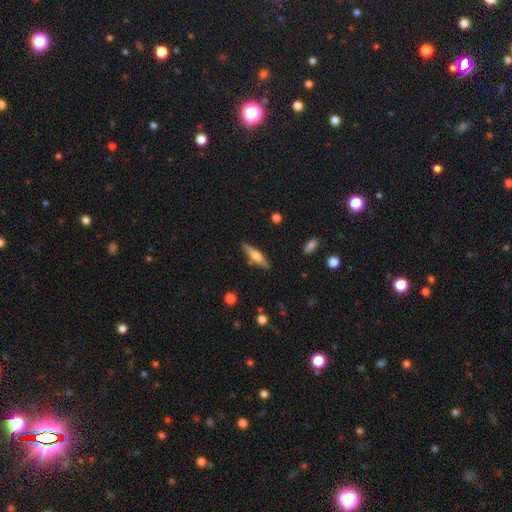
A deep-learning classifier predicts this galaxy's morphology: Smooth or featured? smooth (48%)
Merging? none (85%)